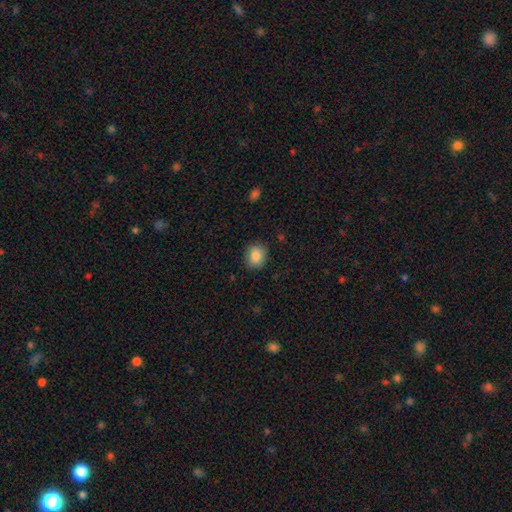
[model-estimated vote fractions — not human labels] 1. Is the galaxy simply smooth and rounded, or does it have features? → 87% smooth, 9% star or artifact, 5% featured or disk.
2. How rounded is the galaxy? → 59% round, 41% in between, 1% cigar-shaped.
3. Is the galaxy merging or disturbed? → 84% none, 12% minor disturbance, 3% major disturbance, 1% merger.